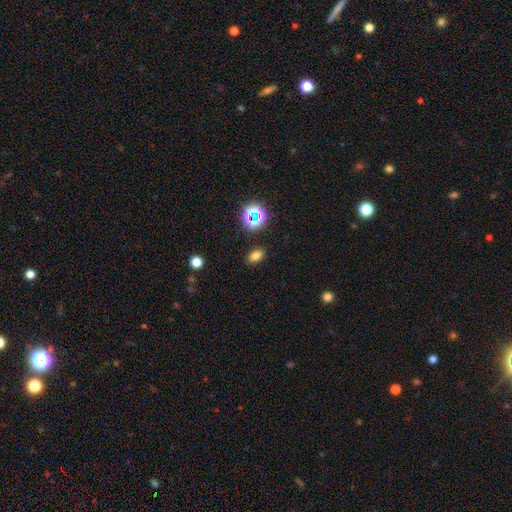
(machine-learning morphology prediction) smooth_or_featured: smooth (p=0.75) [alt: star or artifact p=0.18]
how_rounded: in between (p=0.81) [alt: round p=0.17]
merging: none (p=0.87) [alt: minor disturbance p=0.08]